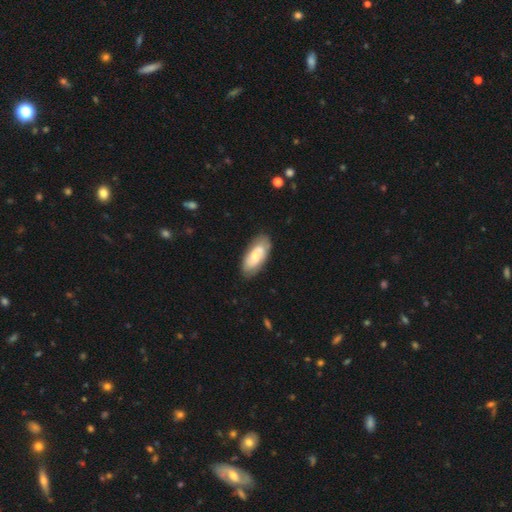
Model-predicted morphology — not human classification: A smooth galaxy with no disk features (50%) that is in between round and cigar-shaped (88%).

Vote fractions:
- Smooth or featured? smooth: 50% / featured or disk: 44% / star or artifact: 5%
- How rounded? in between: 88% / cigar-shaped: 9% / round: 2%
- Merging? none: 79% / minor disturbance: 15% / major disturbance: 4% / merger: 2%